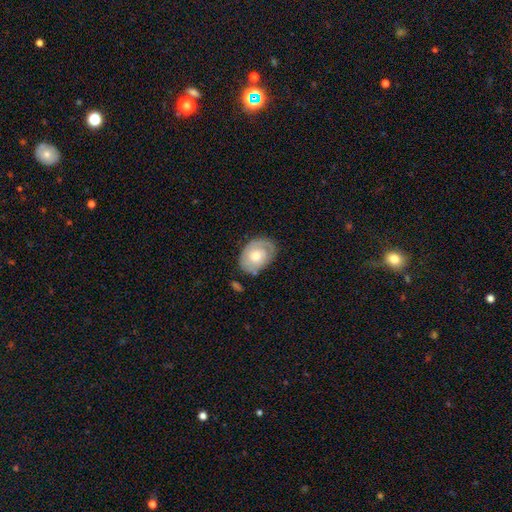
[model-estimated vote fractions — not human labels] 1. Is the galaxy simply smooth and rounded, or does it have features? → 49% featured or disk, 45% smooth, 6% star or artifact.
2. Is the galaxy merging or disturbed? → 70% none, 20% minor disturbance, 6% major disturbance, 3% merger.